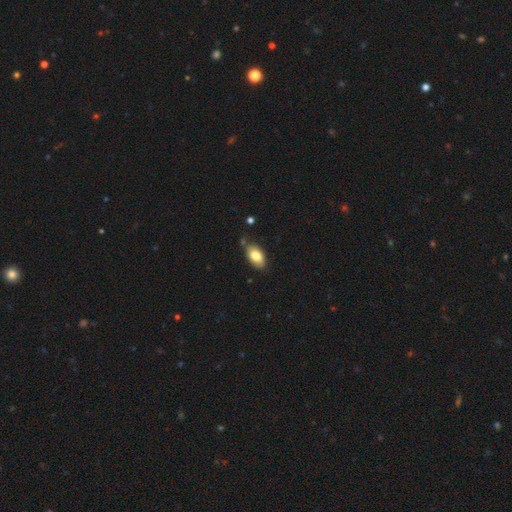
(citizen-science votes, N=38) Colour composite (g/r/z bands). It shows a smooth galaxy with no disk features (79%) that is in between round and cigar-shaped (90%). Merging: none (67%).